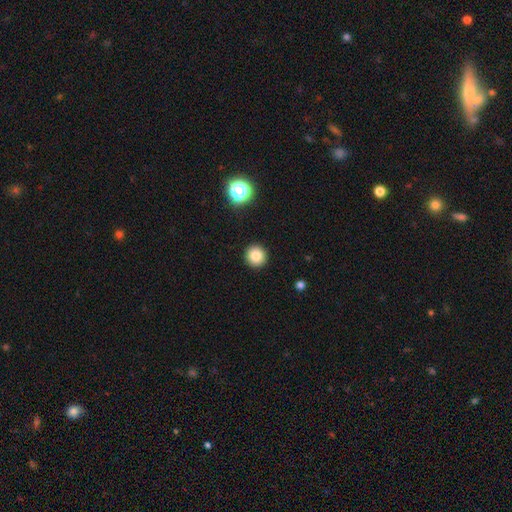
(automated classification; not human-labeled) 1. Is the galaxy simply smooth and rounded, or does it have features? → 84% smooth, 11% star or artifact, 5% featured or disk.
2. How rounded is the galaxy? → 94% round, 5% in between, 1% cigar-shaped.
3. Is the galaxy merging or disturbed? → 93% none, 5% minor disturbance, 2% major disturbance, 1% merger.